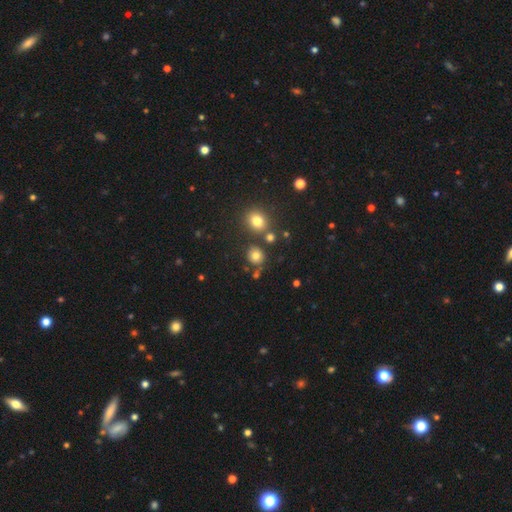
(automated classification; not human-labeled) The model was most divided on "smooth or featured": smooth: 75%, star or artifact: 17%, featured or disk: 8%. More confident: how rounded — round (87%); merging — none (76%).